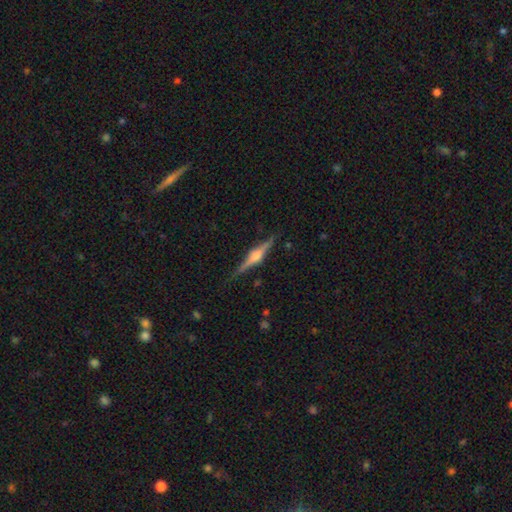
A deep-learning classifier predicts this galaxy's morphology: This appears to be a featured or disk galaxy (82%) viewed edge-on (98%) with a rounded central bulge (89%). Merging: none (87%).